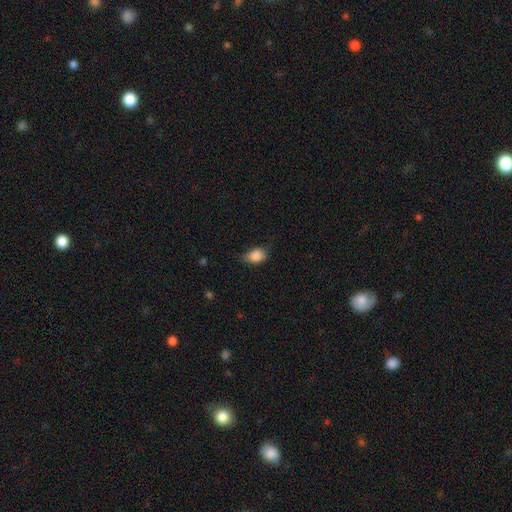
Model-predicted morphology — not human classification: This is clearly a smooth galaxy (86%). How rounded: likely in between (79%). Merging: possibly none (57%).